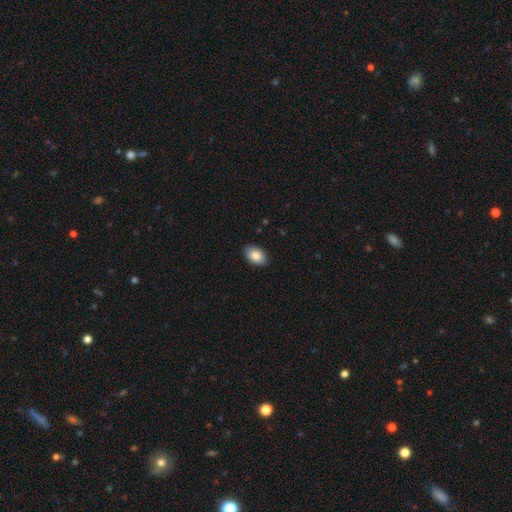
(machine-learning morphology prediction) This appears to be a smooth galaxy with no disk features (87%) that is in between round and cigar-shaped (89%). Merging: none (89%).